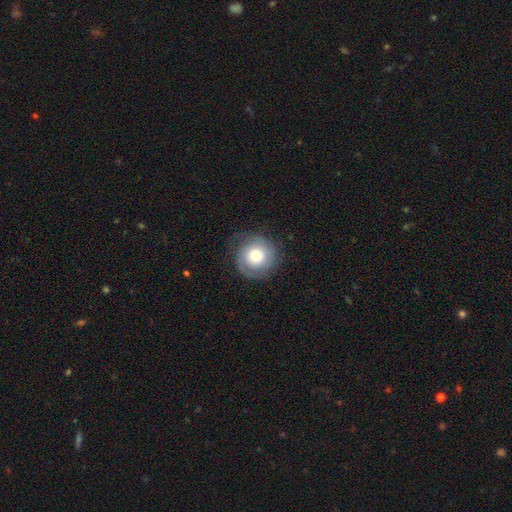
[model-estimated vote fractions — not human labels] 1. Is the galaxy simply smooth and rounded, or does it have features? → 55% featured or disk, 38% smooth, 7% star or artifact.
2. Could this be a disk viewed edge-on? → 98% no, 2% yes.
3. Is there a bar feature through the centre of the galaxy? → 81% no, 15% weak, 3% strong.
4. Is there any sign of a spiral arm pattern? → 87% yes, 13% no.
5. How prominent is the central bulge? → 44% moderate, 36% large, 11% small, 7% dominant, 2% none.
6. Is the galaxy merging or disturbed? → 77% none, 15% minor disturbance, 7% major disturbance, 1% merger.